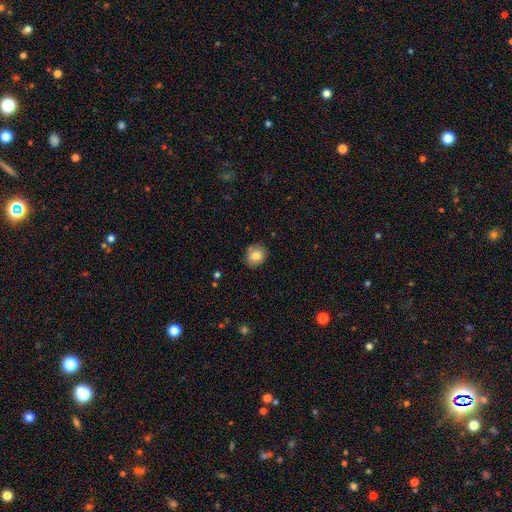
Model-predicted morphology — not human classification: smooth_or_featured: smooth (p=0.81) [alt: featured or disk p=0.10]
how_rounded: round (p=0.66) [alt: in between p=0.33]
merging: none (p=0.83) [alt: minor disturbance p=0.13]